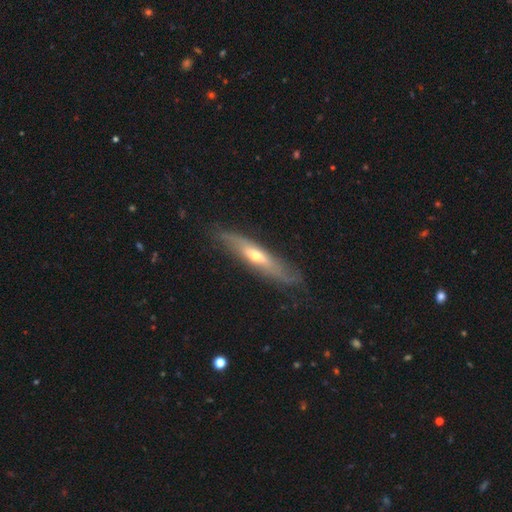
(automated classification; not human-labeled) smooth_or_featured: featured or disk (p=0.62) [alt: smooth p=0.32]
disk_edge_on: yes (p=0.67) [alt: no p=0.33]
merging: none (p=0.74) [alt: minor disturbance p=0.19]